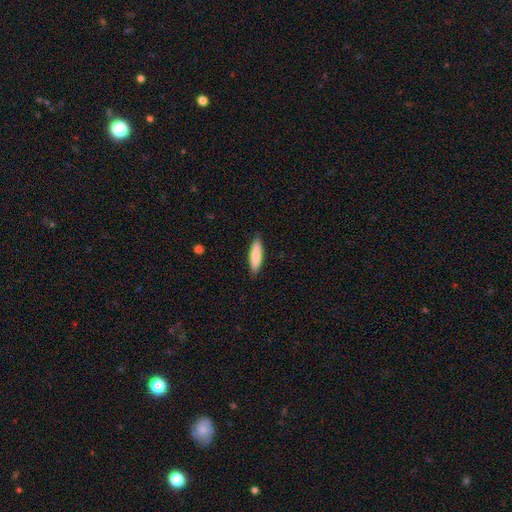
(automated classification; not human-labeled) smooth-or-featured: smooth: 82% | featured or disk: 13% | star or artifact: 5%
  how-rounded: cigar-shaped: 70% | in between: 28% | round: 1%
  merging: none: 89% | minor disturbance: 9% | major disturbance: 2% | merger: 1%